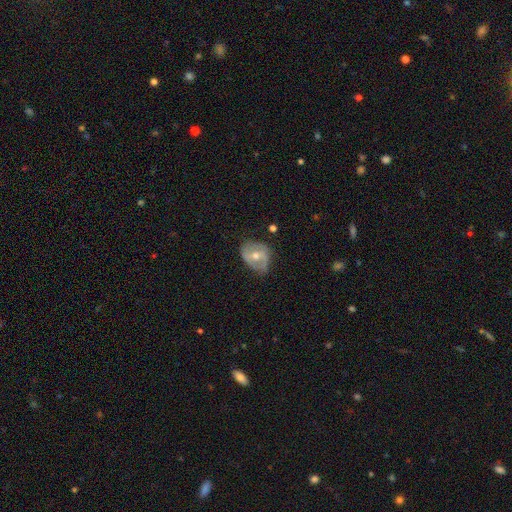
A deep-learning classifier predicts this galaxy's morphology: Smooth or featured? Predicted: featured or disk (p=0.67). Edge-on disk? Predicted: no (p=0.96). Bar? Predicted: no (p=0.45). Spiral arms? Predicted: yes (p=0.71). Bulge size? Predicted: moderate (p=0.69). Merging? Predicted: none (p=0.64).